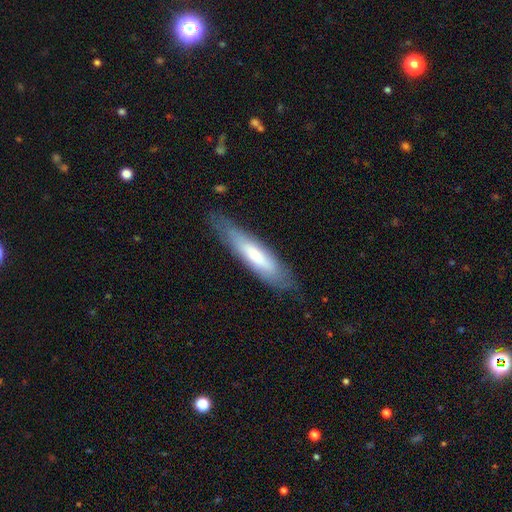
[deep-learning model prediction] This appears to be a smooth galaxy with no disk features (61%) that is cigar-shaped (74%). Merging: none (75%).